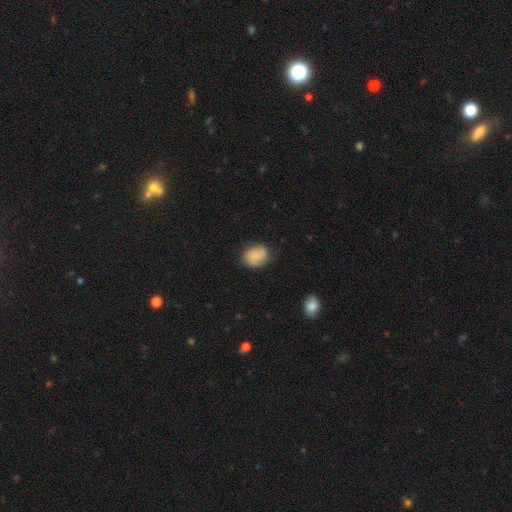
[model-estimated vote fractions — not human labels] Morphology: type=smooth (73%); roundness=in between (51%); merging=none (71%).